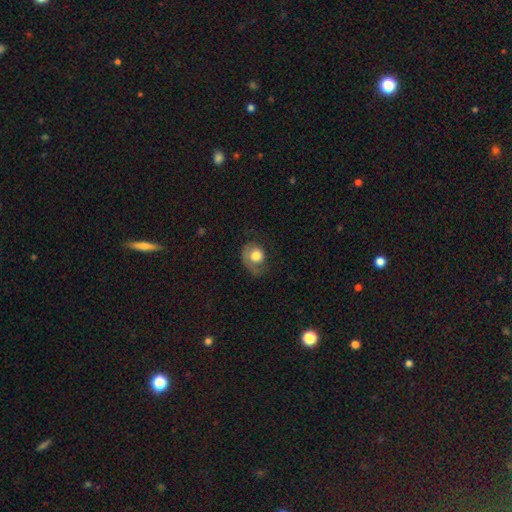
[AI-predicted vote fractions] smooth-or-featured: smooth: 59% | featured or disk: 33% | star or artifact: 8%
  how-rounded: round: 57% | in between: 43% | cigar-shaped: 1%
  merging: none: 41% | major disturbance: 30% | minor disturbance: 28% | merger: 2%